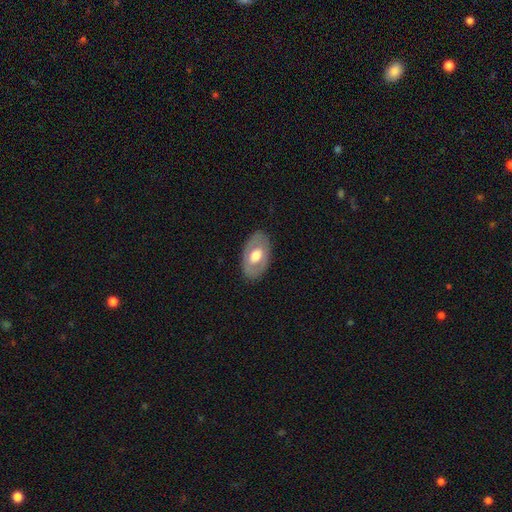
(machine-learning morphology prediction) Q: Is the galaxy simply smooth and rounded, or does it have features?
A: smooth — 51%.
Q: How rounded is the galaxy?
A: in between — 90%.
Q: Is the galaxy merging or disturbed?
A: none — 83%.